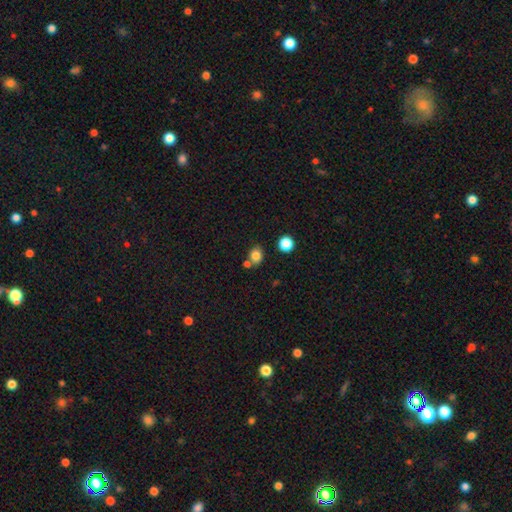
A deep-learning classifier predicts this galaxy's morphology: Smooth or featured: smooth — 82% (star or artifact — 11%)
How rounded: round — 62% (in between — 37%)
Merging: none — 64% (merger — 20%)